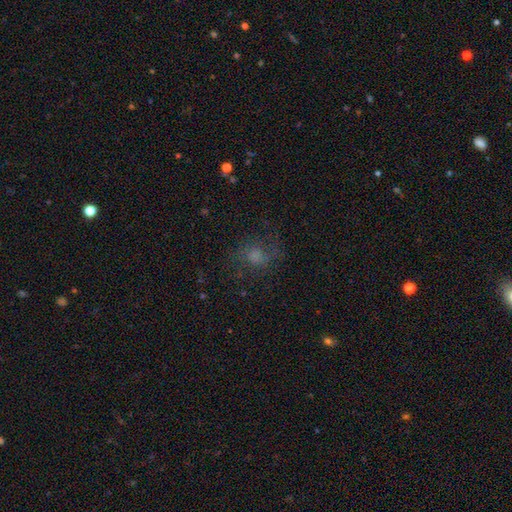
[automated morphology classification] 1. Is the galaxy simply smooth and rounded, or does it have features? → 44% smooth, 35% featured or disk, 21% star or artifact.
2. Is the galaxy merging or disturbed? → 62% none, 18% minor disturbance, 18% major disturbance, 2% merger.